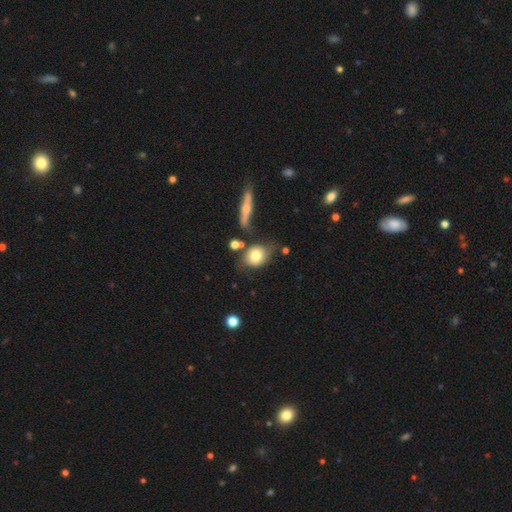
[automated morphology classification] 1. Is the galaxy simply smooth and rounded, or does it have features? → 73% smooth, 19% featured or disk, 8% star or artifact.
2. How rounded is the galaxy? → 56% round, 41% in between, 2% cigar-shaped.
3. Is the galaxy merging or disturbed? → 58% none, 20% minor disturbance, 14% merger, 8% major disturbance.